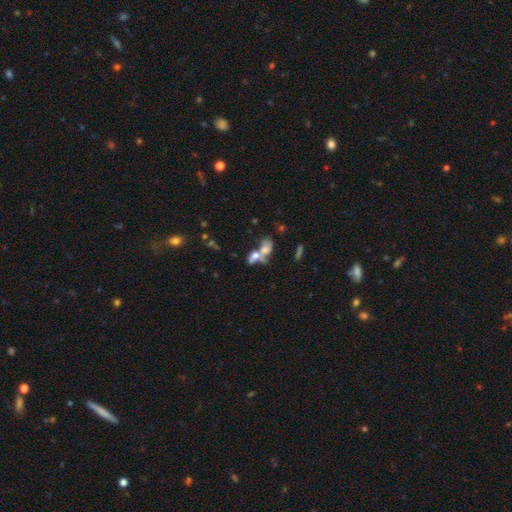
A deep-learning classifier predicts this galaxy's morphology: The model was most divided on "smooth or featured": smooth: 53%, featured or disk: 33%, star or artifact: 13%. More confident: how rounded — in between (73%); merging — merger (71%).